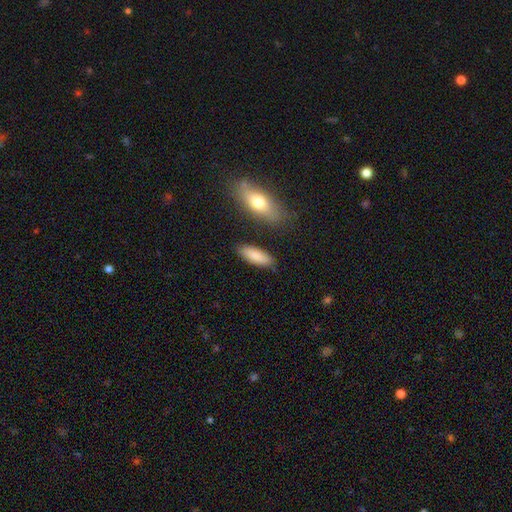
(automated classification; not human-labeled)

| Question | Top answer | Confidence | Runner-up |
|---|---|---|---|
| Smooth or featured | smooth | 84% | featured or disk (10%) |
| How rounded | in between | 68% | cigar-shaped (30%) |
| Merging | none | 82% | minor disturbance (11%) |